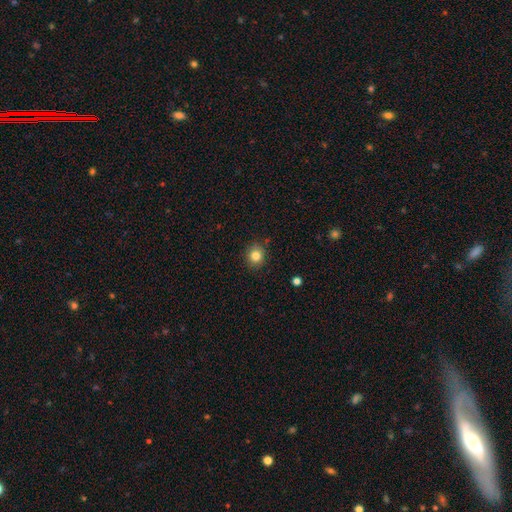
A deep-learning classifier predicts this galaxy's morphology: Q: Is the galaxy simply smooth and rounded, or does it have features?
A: smooth — 83%.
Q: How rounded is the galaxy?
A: round — 82%.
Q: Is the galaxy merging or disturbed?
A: none — 87%.